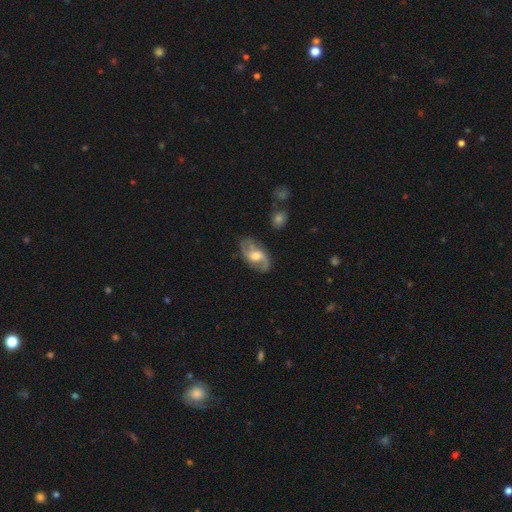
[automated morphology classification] type=featured or disk (82%); edge-on=no (96%); bar=no (45%); spiral arms=yes (94%); winding=loose (44%); arm count=2 (83%); bulge=moderate (65%); merging=none (75%).